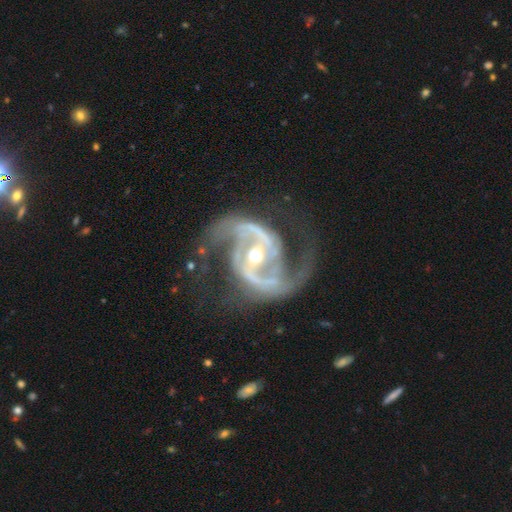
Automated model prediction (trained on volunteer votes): Overall: featured or disk (93%). Edge-on disk: no (98%). Bar: strong (49%; weak 32%). Spiral arms: yes (98%). Spiral arm count: 2 (92%). Spiral winding: medium (60%; loose 25%). Bulge size: moderate (64%; small 30%). Merging: none (70%).